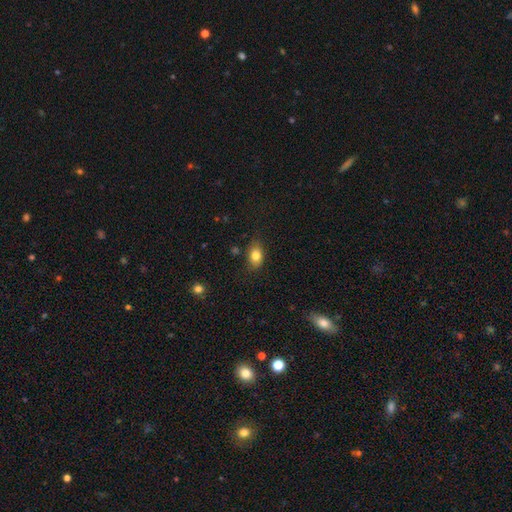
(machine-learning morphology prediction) This is clearly a smooth galaxy (81%). How rounded: likely in between (78%). Merging: likely none (79%).